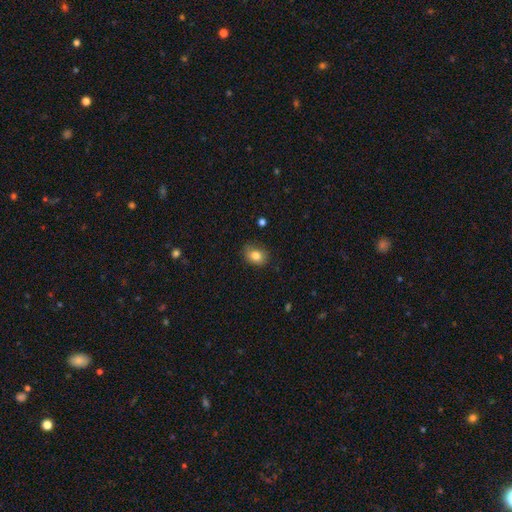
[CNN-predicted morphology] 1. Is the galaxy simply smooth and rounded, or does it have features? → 82% smooth, 10% star or artifact, 8% featured or disk.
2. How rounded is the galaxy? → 55% in between, 44% round, 1% cigar-shaped.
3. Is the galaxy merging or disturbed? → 75% none, 20% minor disturbance, 4% major disturbance, 1% merger.